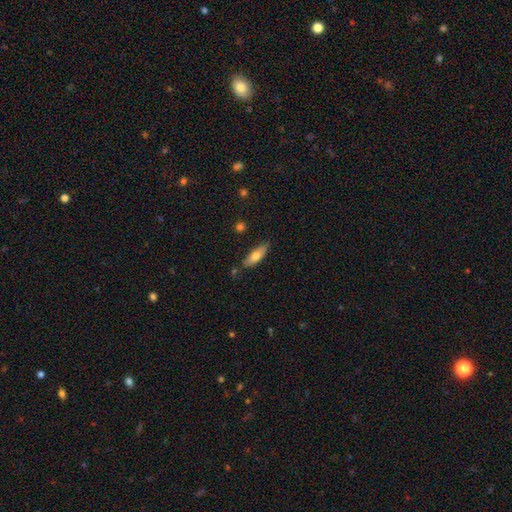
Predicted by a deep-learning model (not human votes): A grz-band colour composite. It shows a smooth galaxy with no disk features (71%) that is in between round and cigar-shaped (56%). Merging: none (77%).